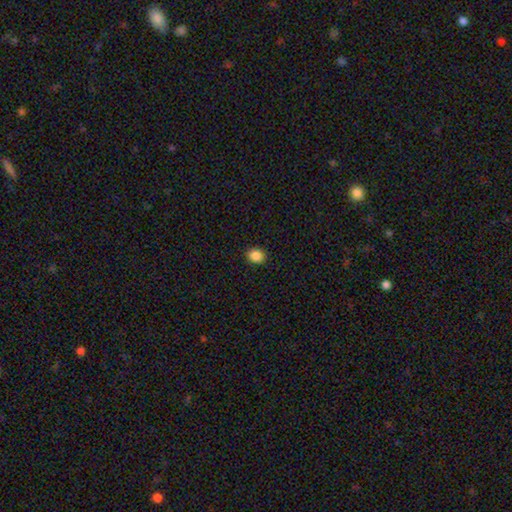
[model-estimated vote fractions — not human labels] smooth 87%, star or artifact 10%, featured or disk 3%. Down the decision tree: how rounded — round (70%); merging — none (92%).